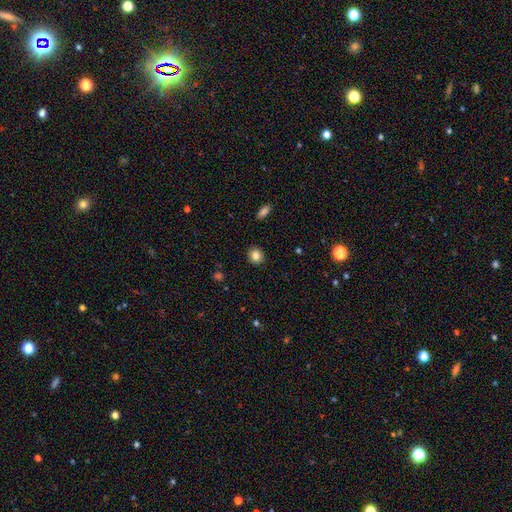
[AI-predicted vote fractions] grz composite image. It shows a smooth galaxy with no disk features (83%) that is round (80%). Merging: none (91%).